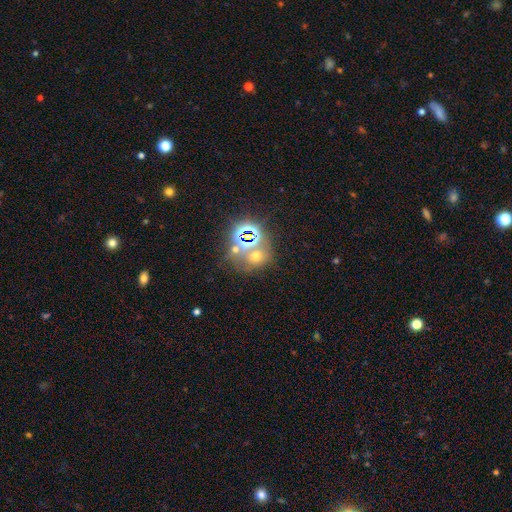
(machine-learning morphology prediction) type=smooth (44%); merging=none (53%).